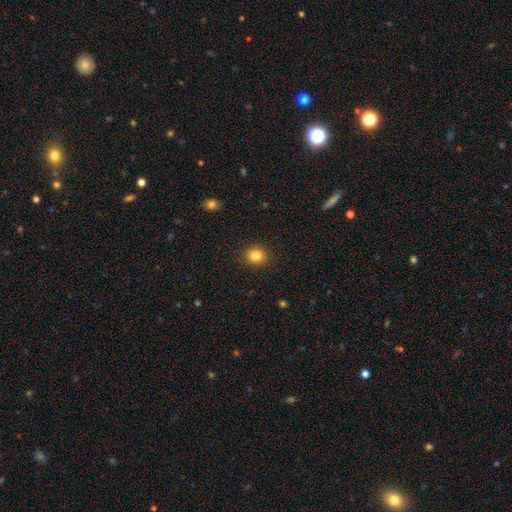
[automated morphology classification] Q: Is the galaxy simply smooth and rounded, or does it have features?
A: smooth — 84%.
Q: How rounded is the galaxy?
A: round — 83%.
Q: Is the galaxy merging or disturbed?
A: none — 90%.